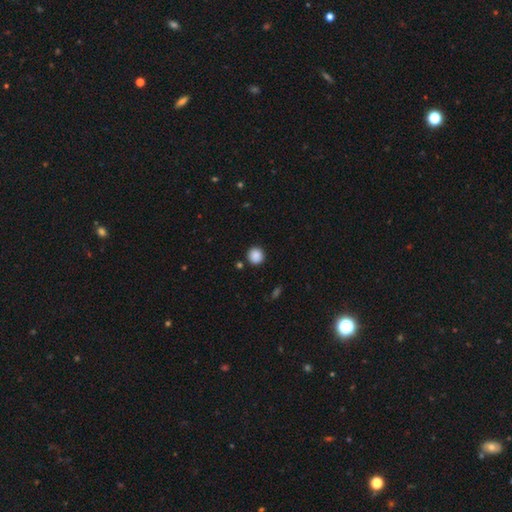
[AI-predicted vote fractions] This appears to be a smooth galaxy with no disk features (88%) that is round (93%). Merging: none (90%).